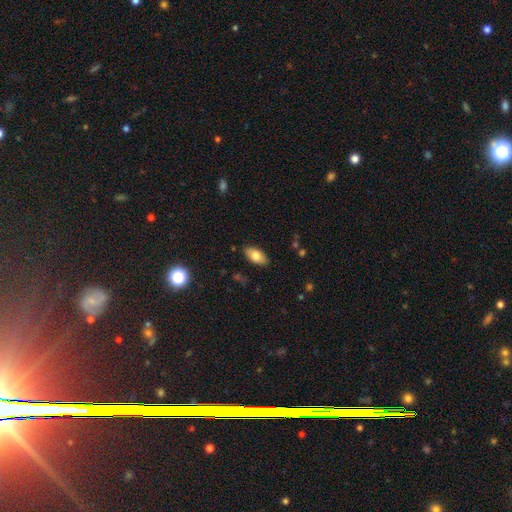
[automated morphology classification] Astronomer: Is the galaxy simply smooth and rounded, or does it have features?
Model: smooth — 78%.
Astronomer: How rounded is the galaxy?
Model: in between — 92%.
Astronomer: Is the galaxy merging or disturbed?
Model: none — 86%.